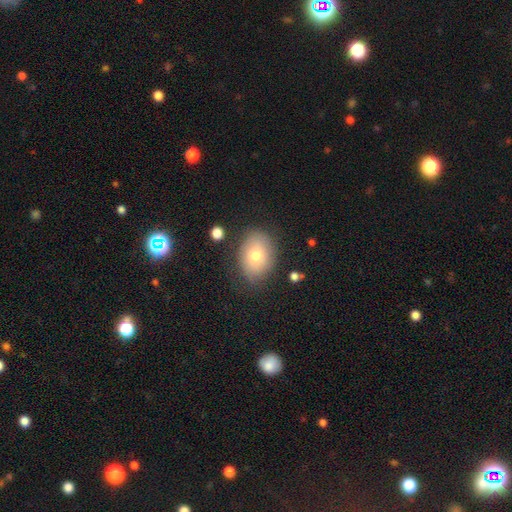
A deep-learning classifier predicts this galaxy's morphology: Smooth or featured: smooth — 71% (featured or disk — 19%)
How rounded: in between — 62% (round — 37%)
Merging: none — 77% (minor disturbance — 16%)